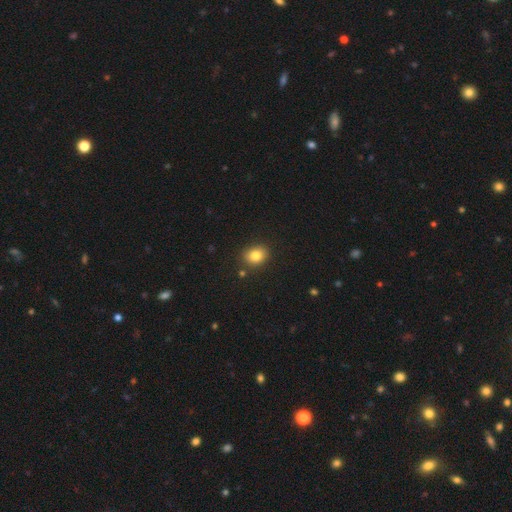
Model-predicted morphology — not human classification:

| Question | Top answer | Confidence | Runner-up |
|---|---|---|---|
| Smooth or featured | smooth | 82% | star or artifact (11%) |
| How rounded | round | 55% | in between (44%) |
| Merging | none | 84% | minor disturbance (10%) |